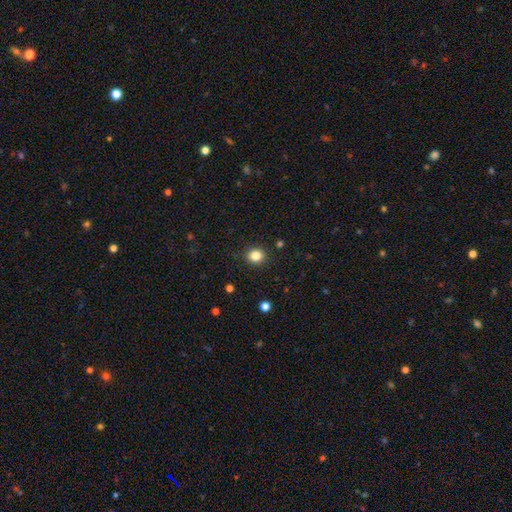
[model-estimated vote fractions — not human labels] Smooth or featured?
  - smooth: 83% *
  - star or artifact: 12%
  - featured or disk: 5%
How rounded?
  - round: 85% *
  - in between: 14%
  - cigar-shaped: 1%
Merging?
  - none: 91% *
  - minor disturbance: 6%
  - major disturbance: 2%
  - merger: 1%